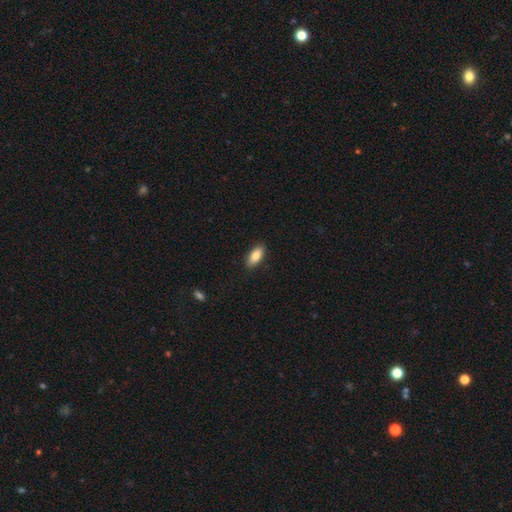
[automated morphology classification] smooth-or-featured: smooth: 82% | featured or disk: 12% | star or artifact: 7%
  how-rounded: in between: 85% | cigar-shaped: 12% | round: 2%
  merging: none: 89% | minor disturbance: 9% | major disturbance: 2% | merger: 1%